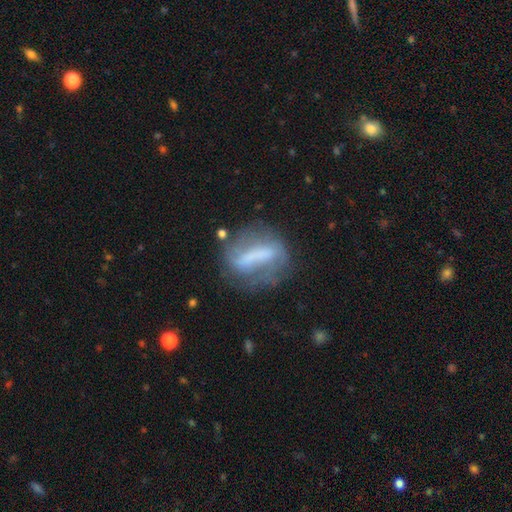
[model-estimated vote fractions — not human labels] Q: Smooth or featured?
A: featured or disk (59%); runner-up: smooth (31%)
Q: Edge-on disk?
A: no (86%); runner-up: yes (14%)
Q: Bar?
A: strong (68%); runner-up: weak (19%)
Q: Spiral arms?
A: no (55%); runner-up: yes (45%)
Q: Bulge size?
A: none (43%); runner-up: small (22%)
Q: Merging?
A: none (56%); runner-up: minor disturbance (21%)